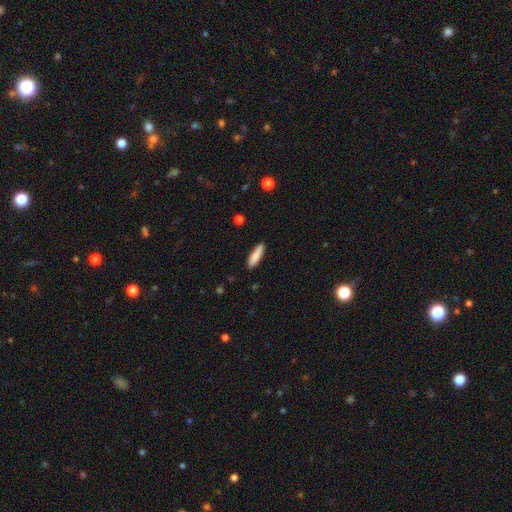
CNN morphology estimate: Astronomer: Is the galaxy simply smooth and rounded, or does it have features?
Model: smooth — 87%.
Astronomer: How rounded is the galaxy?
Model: cigar-shaped — 70%.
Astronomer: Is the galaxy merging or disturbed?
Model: none — 88%.